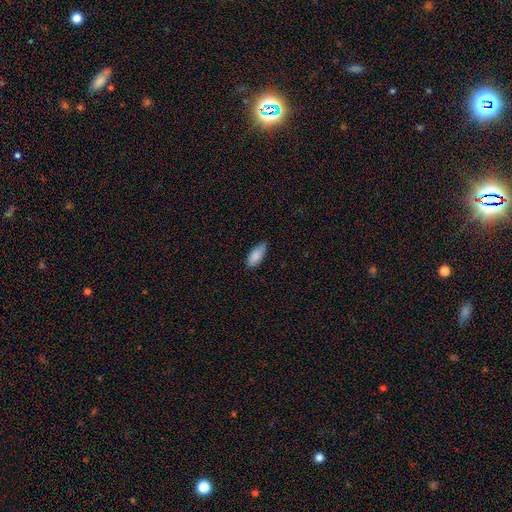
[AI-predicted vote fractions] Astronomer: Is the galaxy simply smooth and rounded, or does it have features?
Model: smooth — 86%.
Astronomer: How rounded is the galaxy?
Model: in between — 87%.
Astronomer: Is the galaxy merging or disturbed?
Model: none — 66%.